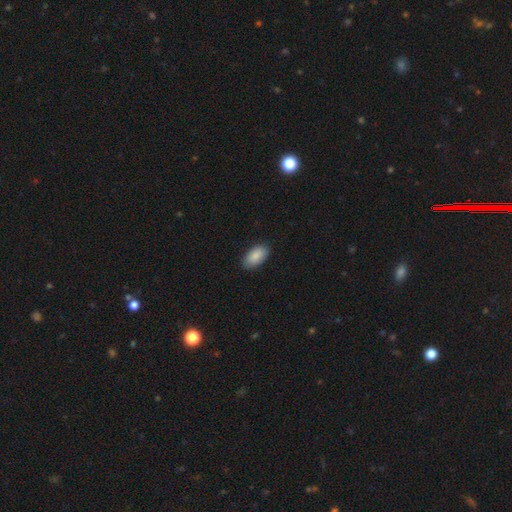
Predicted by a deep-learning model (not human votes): Smooth or featured? smooth (88%)
How rounded? in between (95%)
Merging? none (87%)